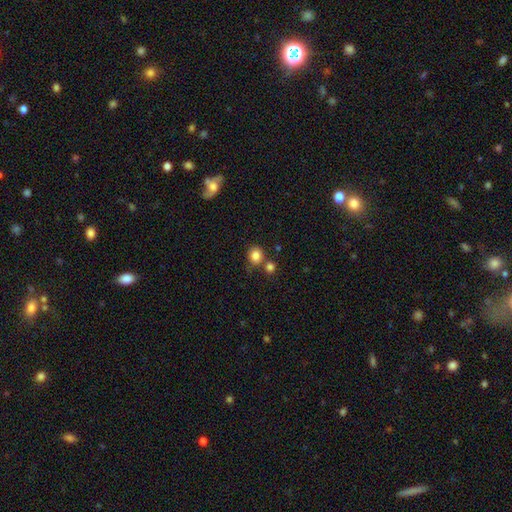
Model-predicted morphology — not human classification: This is clearly a smooth galaxy (83%). How rounded: likely round (73%). Merging: likely none (63%).